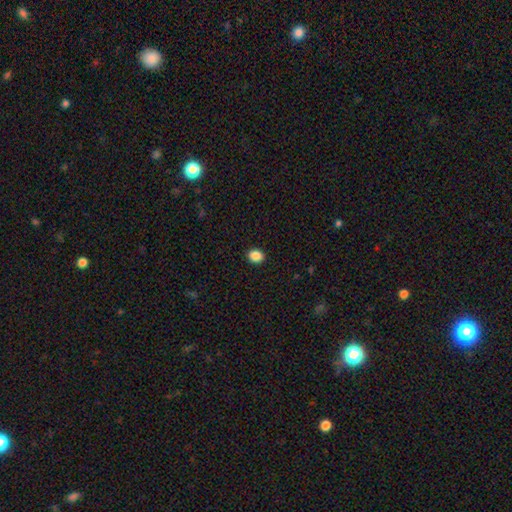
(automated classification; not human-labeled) smooth_or_featured: smooth (p=0.88) [alt: star or artifact p=0.09]
how_rounded: round (p=0.52) [alt: in between p=0.47]
merging: none (p=0.91) [alt: minor disturbance p=0.06]